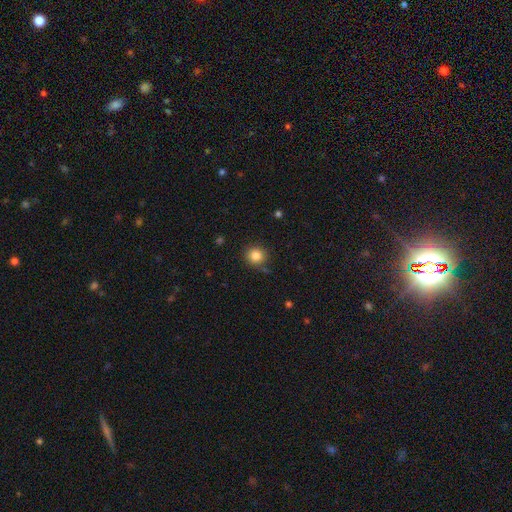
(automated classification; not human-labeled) Q: Smooth or featured?
A: smooth (84%); runner-up: star or artifact (11%)
Q: How rounded?
A: round (92%); runner-up: in between (8%)
Q: Merging?
A: none (83%); runner-up: minor disturbance (11%)